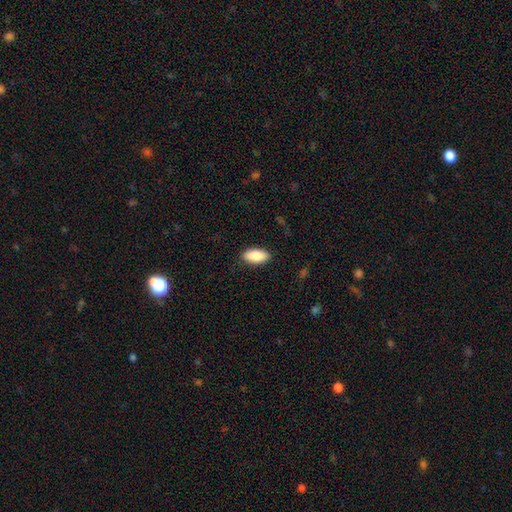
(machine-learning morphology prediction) Overall: smooth (87%). How rounded: in between (91%). Merging: none (87%).